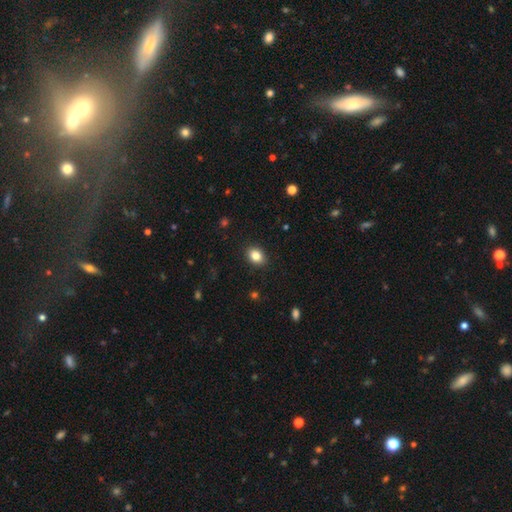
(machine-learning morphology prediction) A smooth galaxy with no disk features (84%) that is in between round and cigar-shaped (67%). Merging: none (89%).